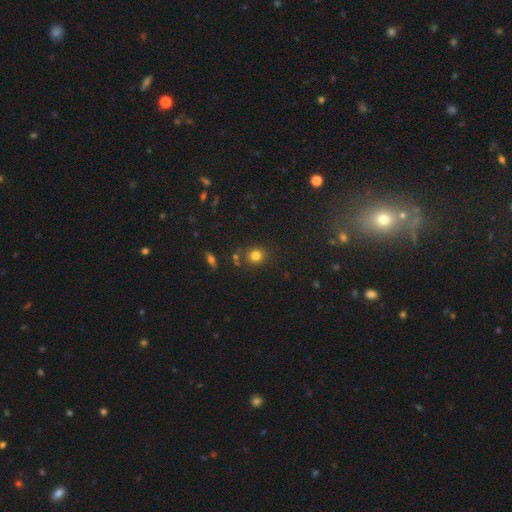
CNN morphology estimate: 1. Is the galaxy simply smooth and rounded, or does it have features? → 79% smooth, 14% star or artifact, 7% featured or disk.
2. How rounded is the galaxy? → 81% round, 18% in between, 1% cigar-shaped.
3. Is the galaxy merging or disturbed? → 76% none, 12% minor disturbance, 9% merger, 4% major disturbance.